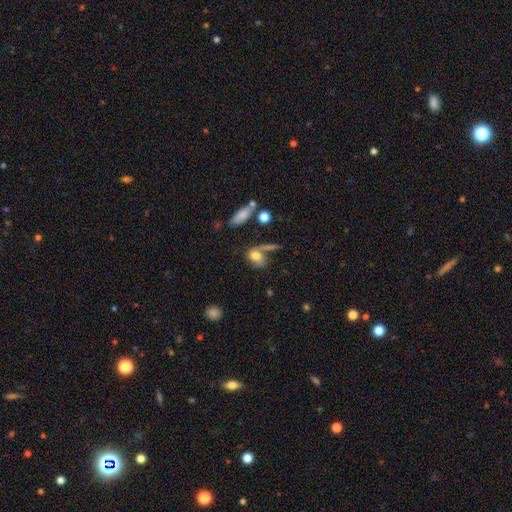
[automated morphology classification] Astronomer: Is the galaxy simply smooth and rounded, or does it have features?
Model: smooth — 69%.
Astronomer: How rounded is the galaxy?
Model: in between — 63%.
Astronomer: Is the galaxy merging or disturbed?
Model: none — 39% (runner-up: merger, 23%).